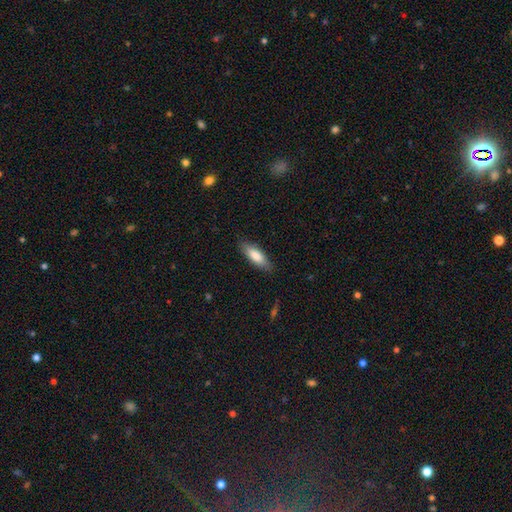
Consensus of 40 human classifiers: smooth 92%, featured or disk 5%, star or artifact 2%. Down the decision tree: how rounded — in between (51%); merging — none (82%).